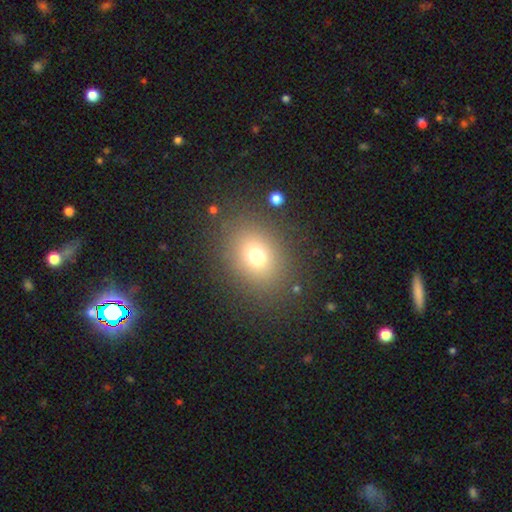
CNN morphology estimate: smooth_or_featured: smooth (p=0.71) [alt: star or artifact p=0.17]
how_rounded: round (p=0.54) [alt: in between p=0.45]
merging: none (p=0.84) [alt: minor disturbance p=0.09]